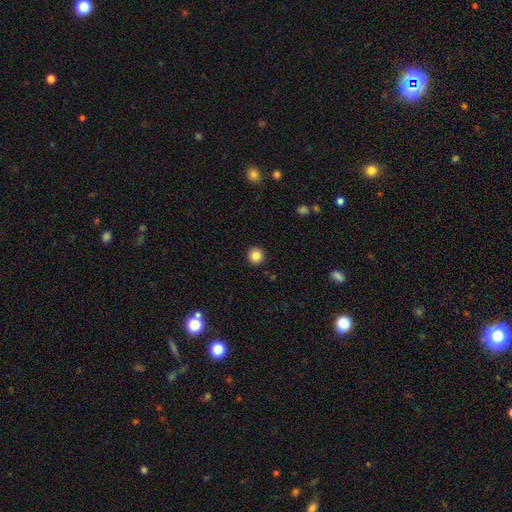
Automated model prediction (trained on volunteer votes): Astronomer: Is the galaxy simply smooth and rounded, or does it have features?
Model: smooth — 84%.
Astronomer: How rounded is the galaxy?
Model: round — 94%.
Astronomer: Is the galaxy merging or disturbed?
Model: none — 93%.